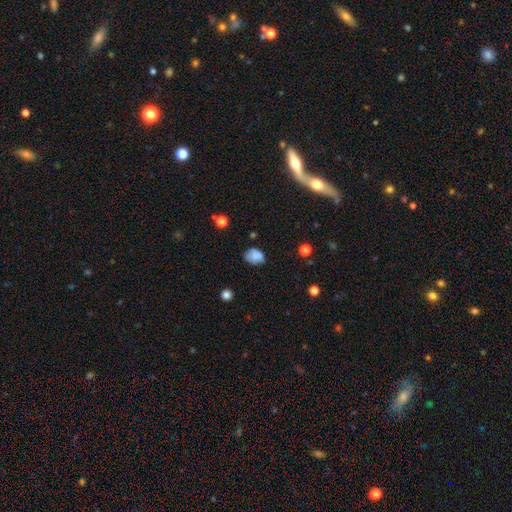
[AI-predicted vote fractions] smooth_or_featured: smooth (p=0.76) [alt: featured or disk p=0.13]
how_rounded: in between (p=0.62) [alt: round p=0.36]
merging: none (p=0.57) [alt: minor disturbance p=0.31]